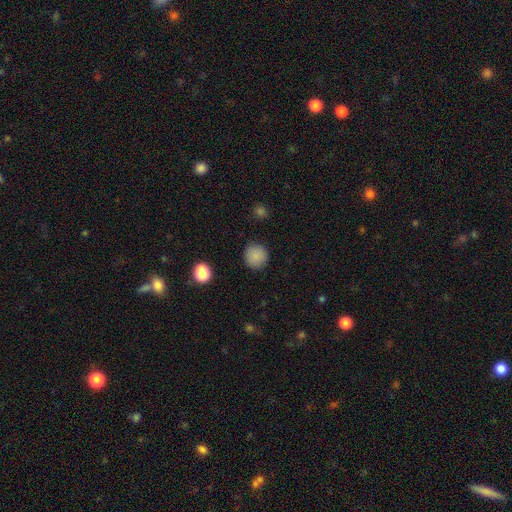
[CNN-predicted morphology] Overall: smooth (87%). How rounded: round (93%). Merging: none (89%).